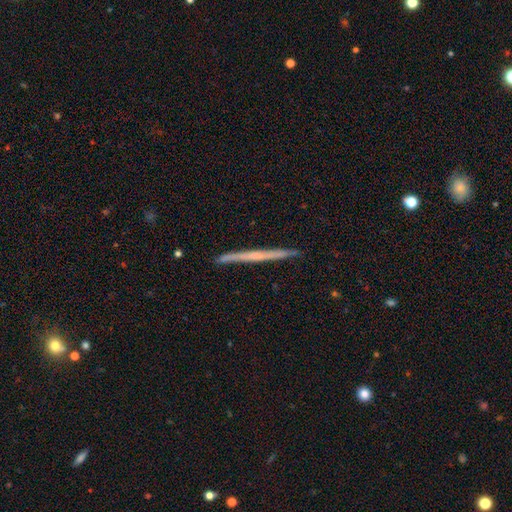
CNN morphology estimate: featured or disk 59%, smooth 35%, star or artifact 6%. Down the decision tree: edge-on disk — yes (98%); edge-on bulge — none (81%); merging — none (92%).